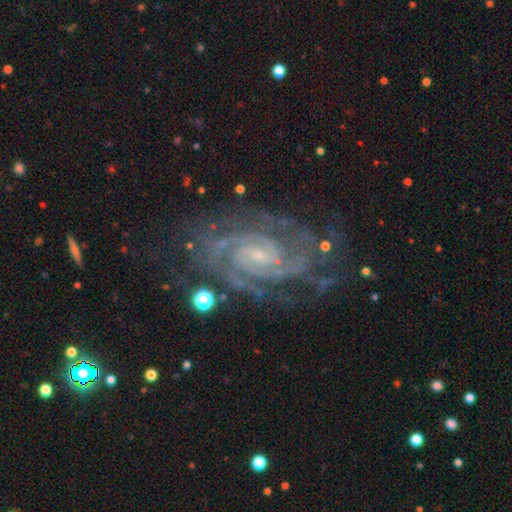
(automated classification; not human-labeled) Smooth or featured: featured or disk — 91% (star or artifact — 6%)
Edge-on disk: no — 98% (yes — 2%)
Bar: weak — 46% (no — 39%)
Spiral arms: yes — 99% (no — 1%)
Spiral winding: tight — 67% (medium — 30%)
Spiral arm count: 2 — 53% (3 — 17%)
Bulge size: small — 75% (moderate — 15%)
Merging: none — 72% (minor disturbance — 18%)